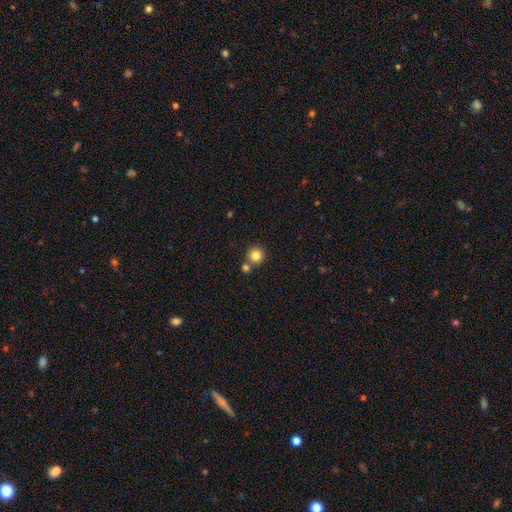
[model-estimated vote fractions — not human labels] Morphology: type=smooth (83%); roundness=round (94%); merging=none (70%).